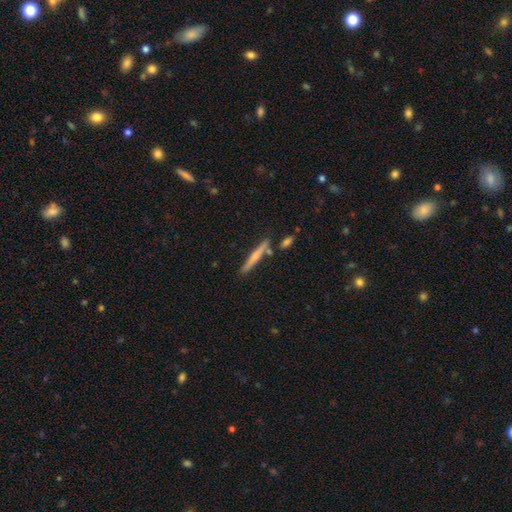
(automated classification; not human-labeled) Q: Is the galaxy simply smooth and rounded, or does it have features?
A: smooth — 49%.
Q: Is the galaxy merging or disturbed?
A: none — 79%.